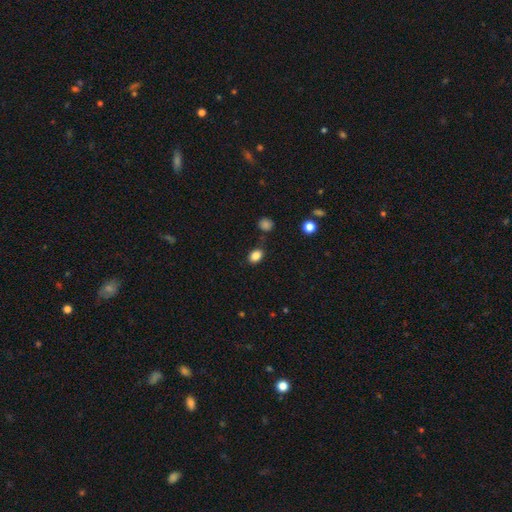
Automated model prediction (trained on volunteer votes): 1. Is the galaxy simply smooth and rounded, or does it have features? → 85% smooth, 11% star or artifact, 4% featured or disk.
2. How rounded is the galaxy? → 71% in between, 28% round, 1% cigar-shaped.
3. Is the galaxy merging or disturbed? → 80% none, 13% minor disturbance, 3% merger, 3% major disturbance.